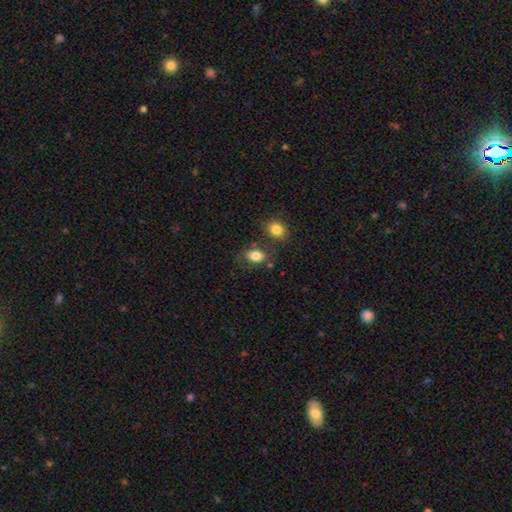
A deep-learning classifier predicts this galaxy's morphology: smooth-or-featured: smooth: 81% | featured or disk: 10% | star or artifact: 9%
  how-rounded: in between: 70% | round: 29% | cigar-shaped: 1%
  merging: none: 62% | minor disturbance: 17% | merger: 15% | major disturbance: 6%